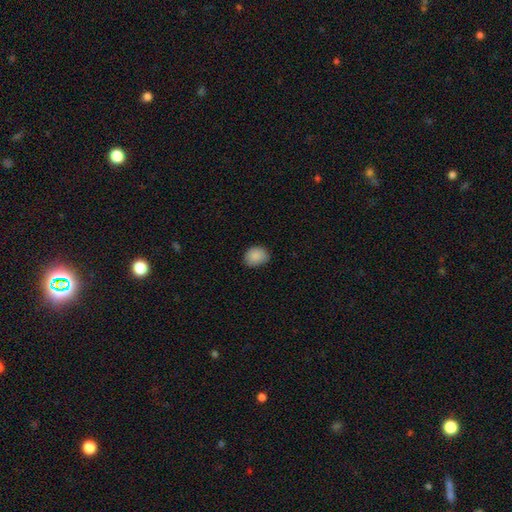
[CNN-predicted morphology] The model was most divided on "how rounded": round: 53%, in between: 47%, cigar-shaped: 1%. More confident: smooth or featured — smooth (87%); merging — none (76%).